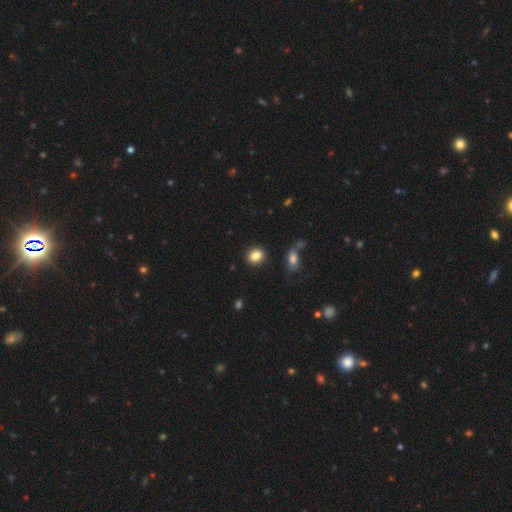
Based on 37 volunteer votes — A smooth galaxy with no disk features (84%) that is round (74%). Merging: none (86%).